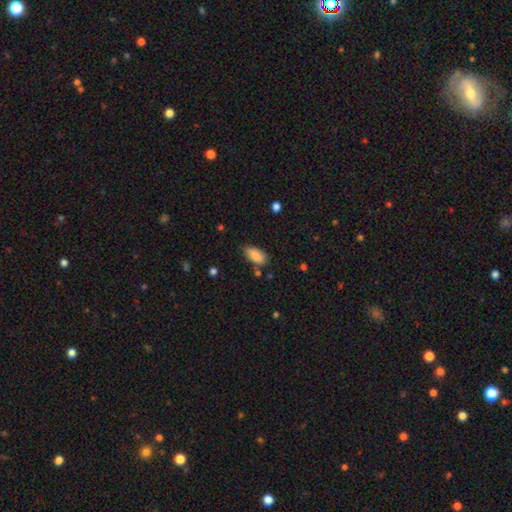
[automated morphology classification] Smooth or featured? Predicted: smooth (p=0.86). How rounded? Predicted: in between (p=0.90). Merging? Predicted: none (p=0.65).